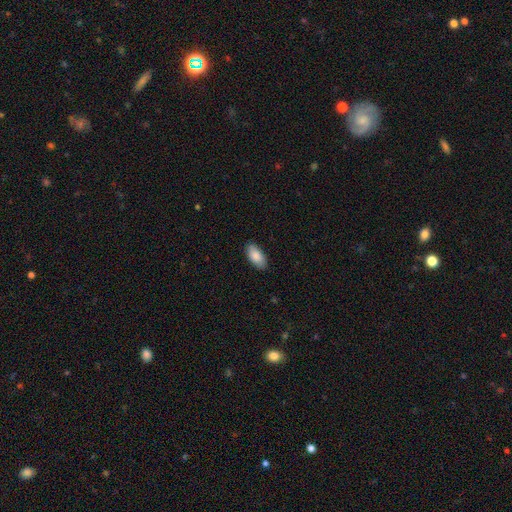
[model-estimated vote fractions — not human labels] smooth-or-featured: smooth: 87% | featured or disk: 7% | star or artifact: 6%
  how-rounded: in between: 92% | cigar-shaped: 6% | round: 2%
  merging: none: 87% | minor disturbance: 10% | major disturbance: 2% | merger: 1%